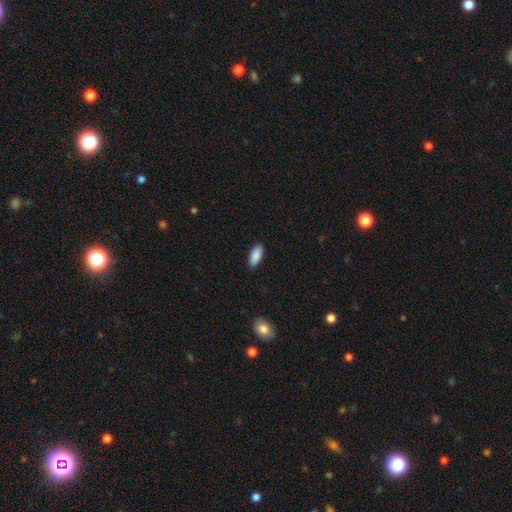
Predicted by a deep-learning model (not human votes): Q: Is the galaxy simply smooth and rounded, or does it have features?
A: smooth — 89%.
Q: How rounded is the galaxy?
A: in between — 89%.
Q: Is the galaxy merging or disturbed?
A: none — 88%.